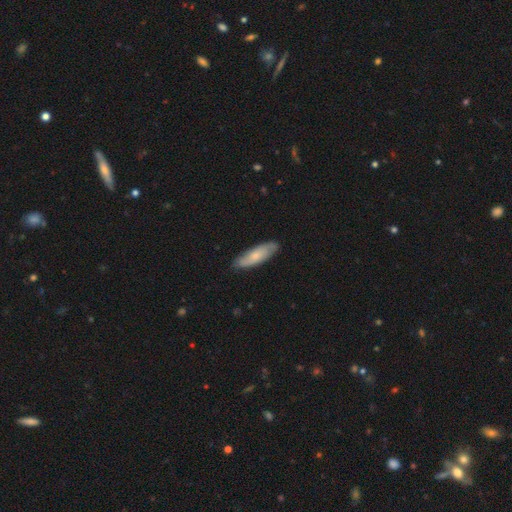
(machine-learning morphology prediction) type=smooth (60%); roundness=cigar-shaped (51%); merging=none (84%).